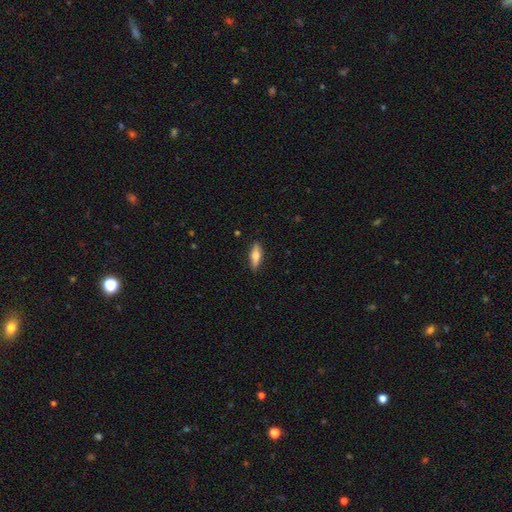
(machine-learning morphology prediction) Q: Smooth or featured?
A: smooth (53%); runner-up: featured or disk (41%)
Q: How rounded?
A: cigar-shaped (55%); runner-up: in between (43%)
Q: Merging?
A: none (88%); runner-up: minor disturbance (9%)